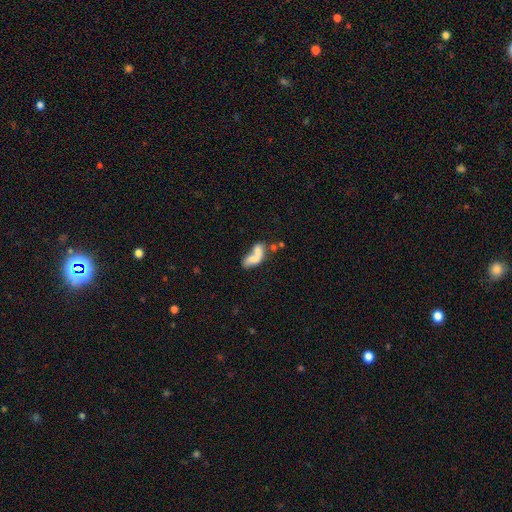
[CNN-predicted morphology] The model was most divided on "smooth or featured": smooth: 59%, featured or disk: 31%, star or artifact: 10%. More confident: how rounded — in between (80%); merging — merger (60%).